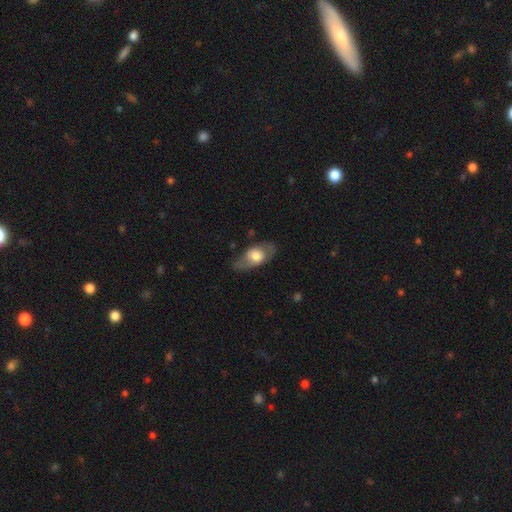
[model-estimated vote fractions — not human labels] The model was most divided on "smooth or featured": smooth: 50%, featured or disk: 44%, star or artifact: 6%. More confident: merging — none (70%).